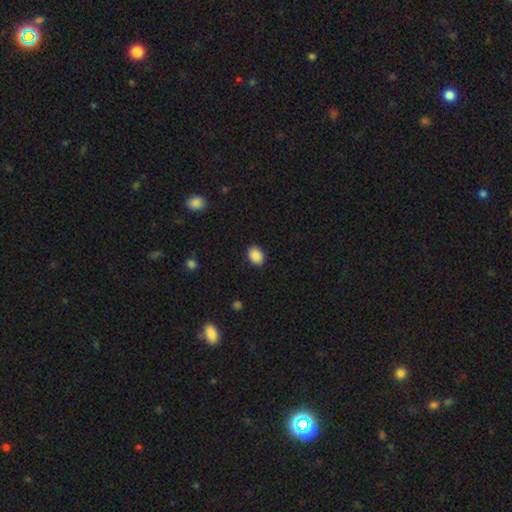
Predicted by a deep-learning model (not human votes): A smooth galaxy with no disk features (89%) that is in between round and cigar-shaped (70%). Merging: none (89%).